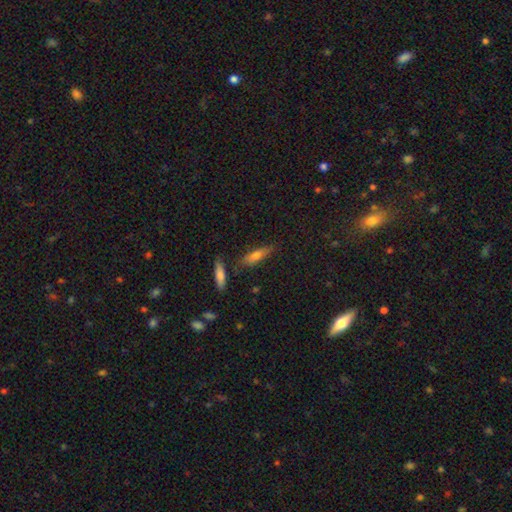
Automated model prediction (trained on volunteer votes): Smooth or featured? smooth (59%)
How rounded? cigar-shaped (67%)
Merging? none (77%)